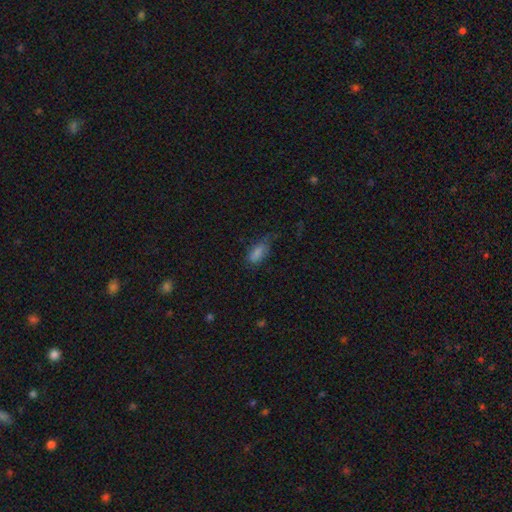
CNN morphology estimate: Smooth or featured? smooth (78%)
How rounded? in between (78%)
Merging? none (48%)